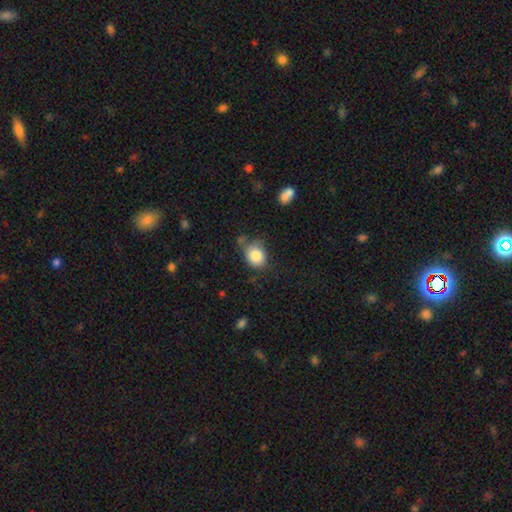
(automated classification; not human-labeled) The model was most divided on "how rounded": round: 52%, in between: 47%, cigar-shaped: 1%. More confident: smooth or featured — smooth (84%); merging — none (59%).